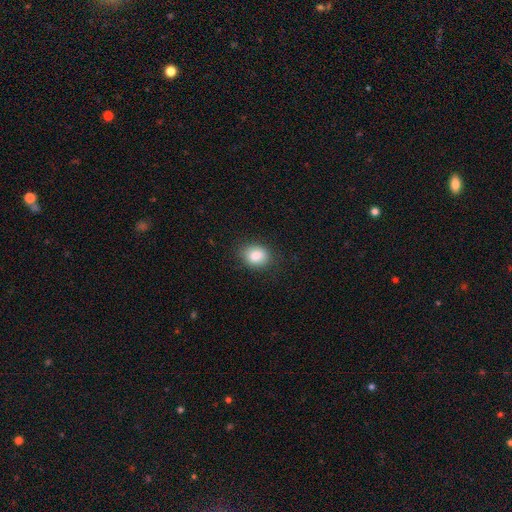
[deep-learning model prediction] Morphology: type=smooth (85%); roundness=in between (52%); merging=none (84%).